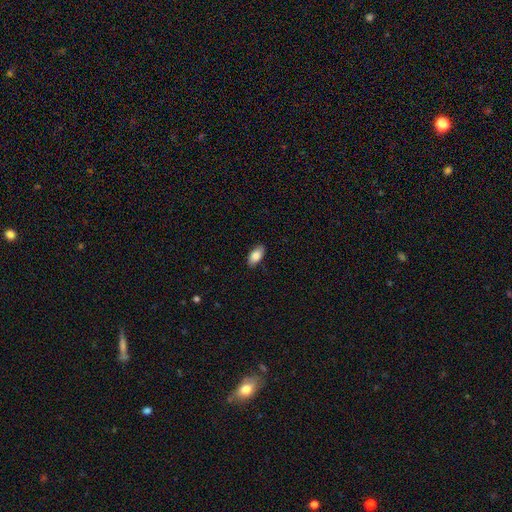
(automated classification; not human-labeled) Smooth or featured? Predicted: smooth (p=0.86). How rounded? Predicted: in between (p=0.92). Merging? Predicted: none (p=0.87).